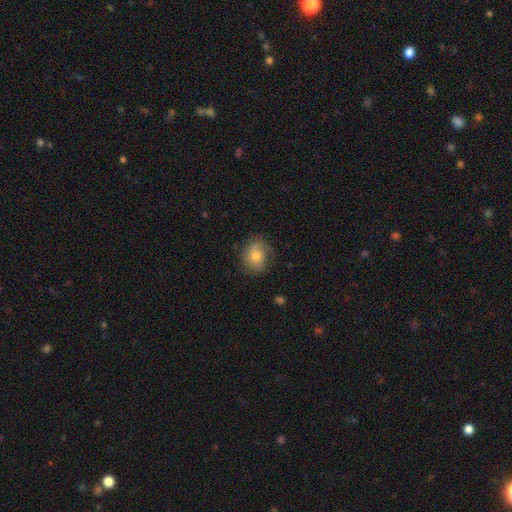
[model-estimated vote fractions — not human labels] The model was most divided on "smooth or featured": smooth: 56%, featured or disk: 35%, star or artifact: 9%. More confident: merging — none (67%); how rounded — round (60%).